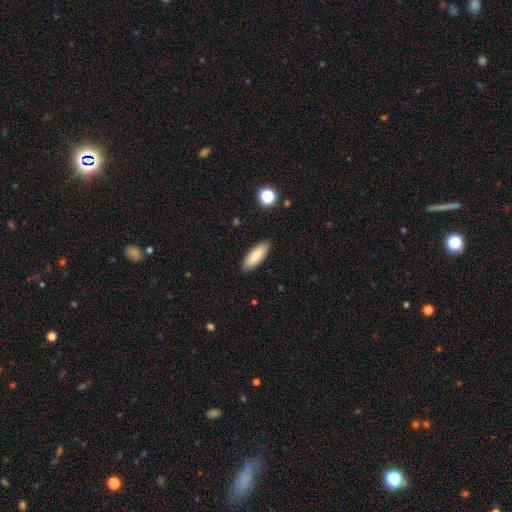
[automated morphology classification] Smooth or featured?
  - smooth: 81% *
  - featured or disk: 13%
  - star or artifact: 6%
How rounded?
  - in between: 62% *
  - cigar-shaped: 36%
  - round: 2%
Merging?
  - none: 88% *
  - minor disturbance: 9%
  - major disturbance: 2%
  - merger: 1%